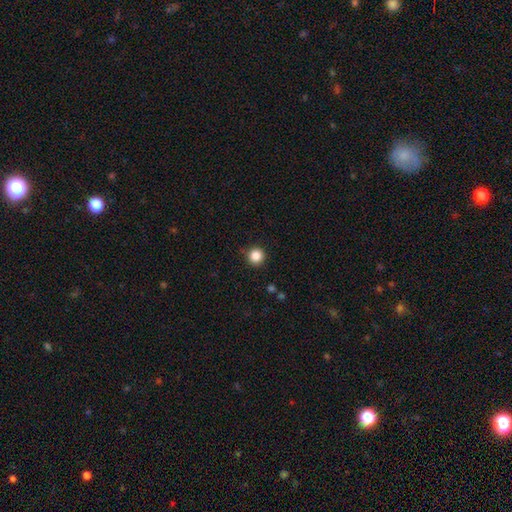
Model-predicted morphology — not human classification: smooth_or_featured: smooth (p=0.86) [alt: star or artifact p=0.11]
how_rounded: round (p=0.96) [alt: in between p=0.03]
merging: none (p=0.91) [alt: minor disturbance p=0.06]